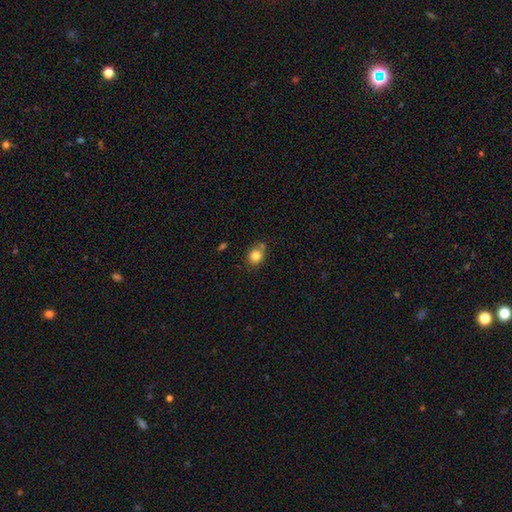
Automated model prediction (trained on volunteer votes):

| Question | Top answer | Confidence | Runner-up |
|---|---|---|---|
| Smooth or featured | smooth | 82% | star or artifact (11%) |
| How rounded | round | 70% | in between (29%) |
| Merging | none | 68% | minor disturbance (17%) |